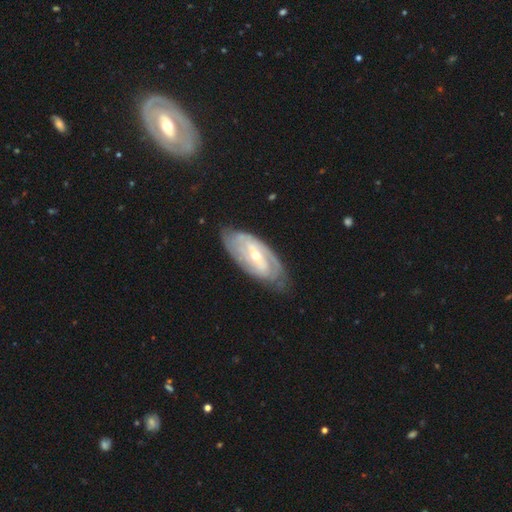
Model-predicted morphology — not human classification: type=featured or disk (82%); edge-on=no (92%); bar=weak (42%); spiral arms=yes (90%); winding=tight (61%); arm count=2 (49%); bulge=small (51%); merging=none (73%).